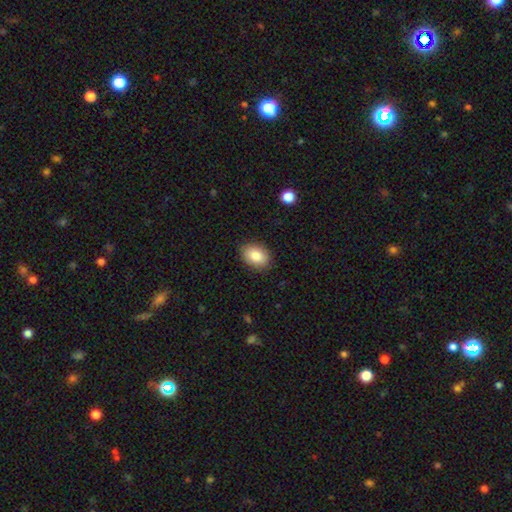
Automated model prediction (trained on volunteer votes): A smooth galaxy with no disk features (85%) that is in between round and cigar-shaped (77%). Merging: none (87%).